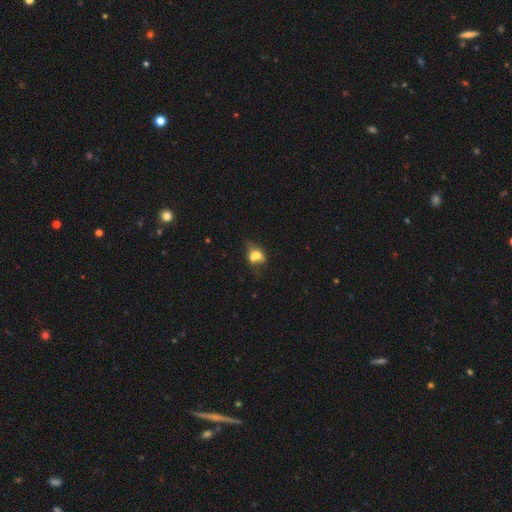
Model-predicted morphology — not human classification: Smooth or featured? Predicted: smooth (p=0.61). How rounded? Predicted: in between (p=0.62). Merging? Predicted: merger (p=0.50).